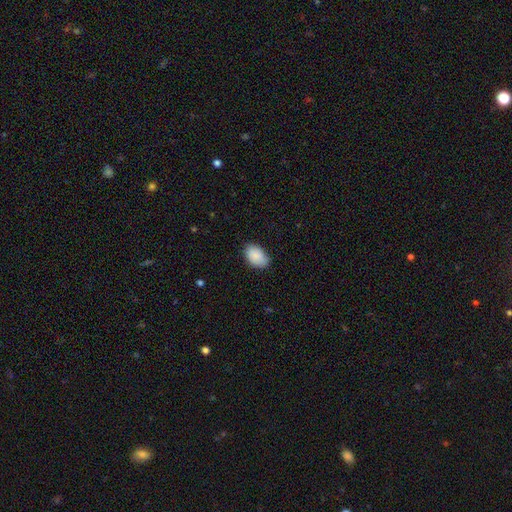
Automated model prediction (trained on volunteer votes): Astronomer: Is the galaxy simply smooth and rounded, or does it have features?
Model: smooth — 90%.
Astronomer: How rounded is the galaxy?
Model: in between — 91%.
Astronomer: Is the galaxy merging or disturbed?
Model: none — 80%.